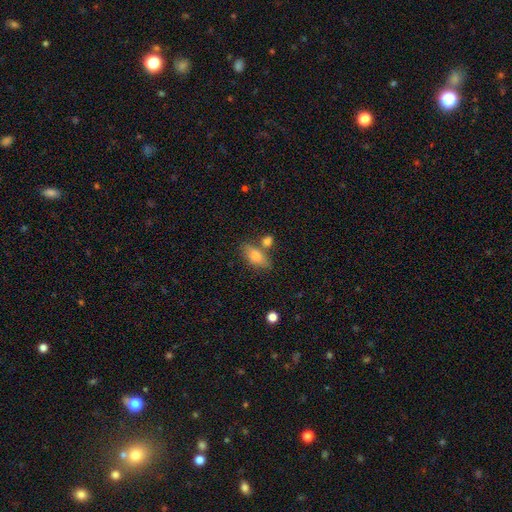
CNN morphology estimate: Smooth or featured: smooth — 77% (featured or disk — 16%)
How rounded: in between — 84% (cigar-shaped — 10%)
Merging: none — 62% (merger — 17%)